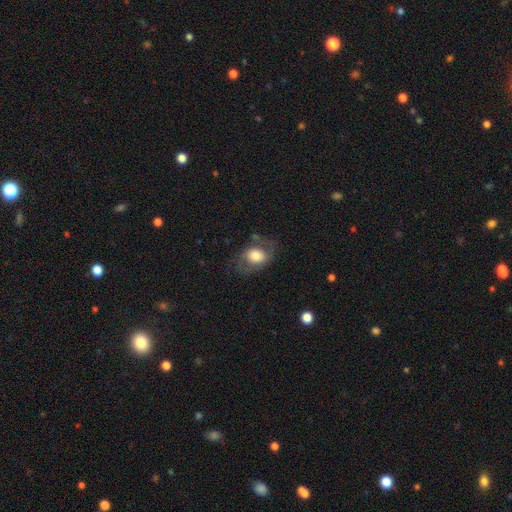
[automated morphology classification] Smooth or featured? smooth (62%)
How rounded? in between (64%)
Merging? none (58%)